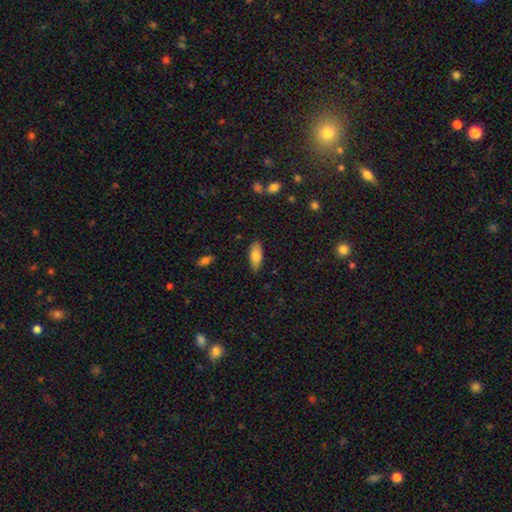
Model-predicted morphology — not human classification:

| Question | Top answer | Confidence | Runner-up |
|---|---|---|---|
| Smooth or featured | smooth | 78% | featured or disk (16%) |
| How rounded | in between | 82% | cigar-shaped (16%) |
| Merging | none | 83% | minor disturbance (13%) |